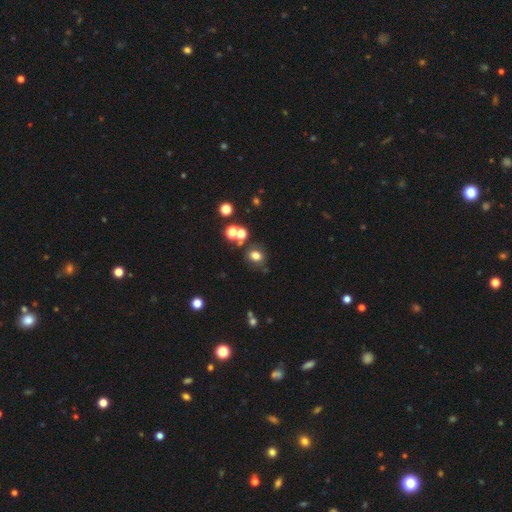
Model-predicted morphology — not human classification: Overall: smooth (73%). How rounded: round (56%; in between 43%). Merging: none (67%).